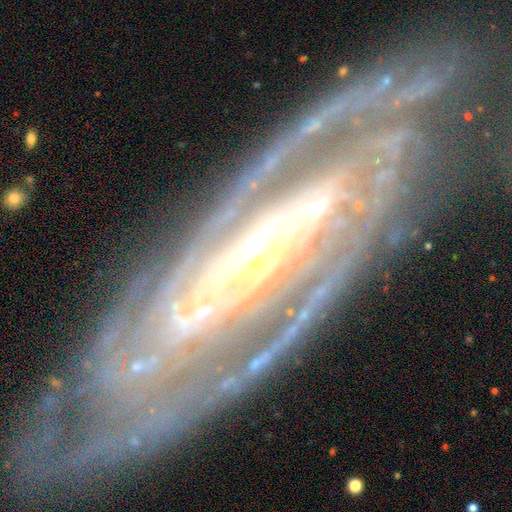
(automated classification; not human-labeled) A featured or disk galaxy (89%) with no bar (38%), 2 (49%) tight (60%) spiral arms (95%) and a small central bulge (68%). Merging: none (72%).